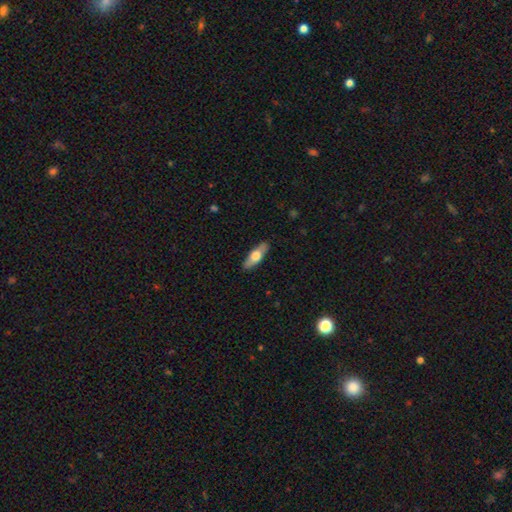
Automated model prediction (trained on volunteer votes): Smooth or featured?
  - smooth: 56% *
  - featured or disk: 39%
  - star or artifact: 5%
How rounded?
  - in between: 60% *
  - cigar-shaped: 38%
  - round: 3%
Merging?
  - none: 87% *
  - minor disturbance: 10%
  - major disturbance: 2%
  - merger: 1%